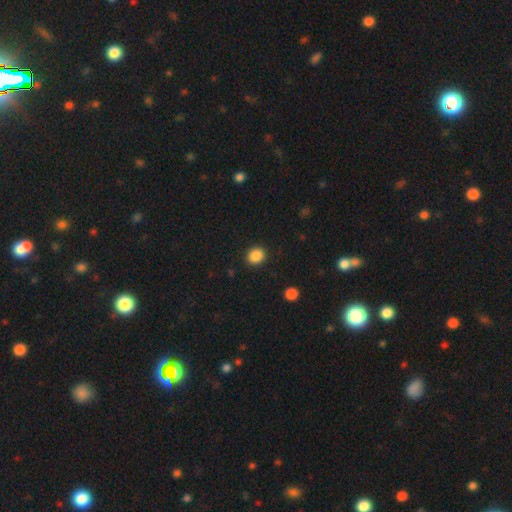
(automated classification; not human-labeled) Smooth or featured? smooth (87%)
How rounded? round (71%)
Merging? none (90%)